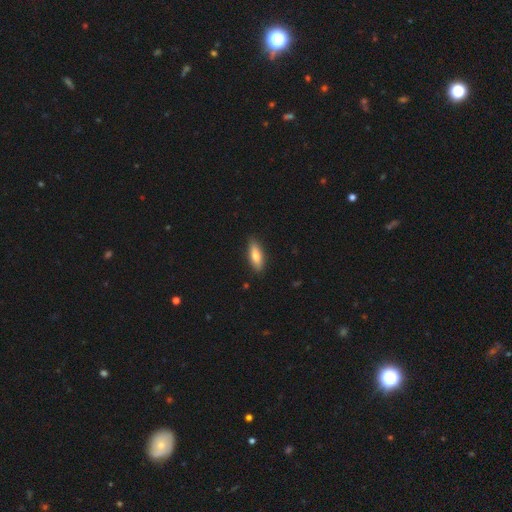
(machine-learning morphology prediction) Overall: smooth (74%). How rounded: in between (60%; cigar-shaped 38%). Merging: none (87%).